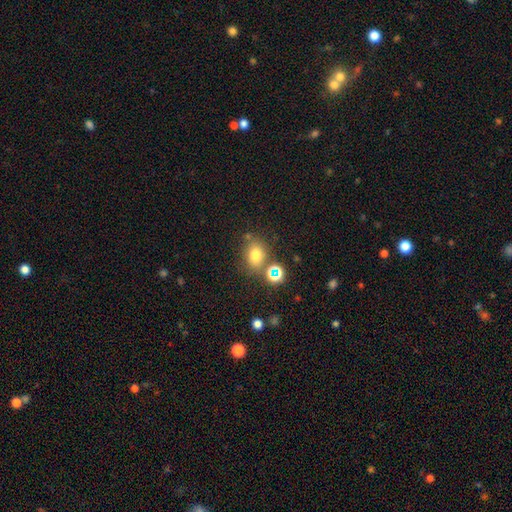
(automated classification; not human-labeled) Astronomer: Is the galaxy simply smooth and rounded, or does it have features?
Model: smooth — 72%.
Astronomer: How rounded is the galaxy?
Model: in between — 52% (runner-up: round, 47%).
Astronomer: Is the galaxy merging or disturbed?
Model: none — 68%.